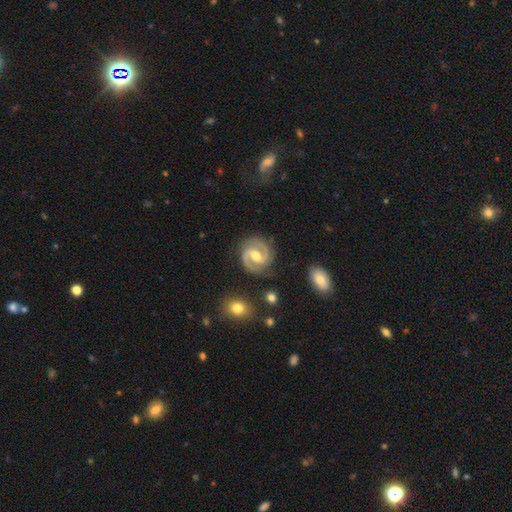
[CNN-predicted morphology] Smooth or featured: featured or disk — 90% (smooth — 5%)
Edge-on disk: no — 98% (yes — 2%)
Bar: weak — 46% (strong — 34%)
Spiral arms: yes — 98% (no — 2%)
Spiral winding: medium — 53% (tight — 39%)
Spiral arm count: 2 — 94% (can't tell — 2%)
Bulge size: moderate — 73% (small — 19%)
Merging: none — 85% (minor disturbance — 11%)